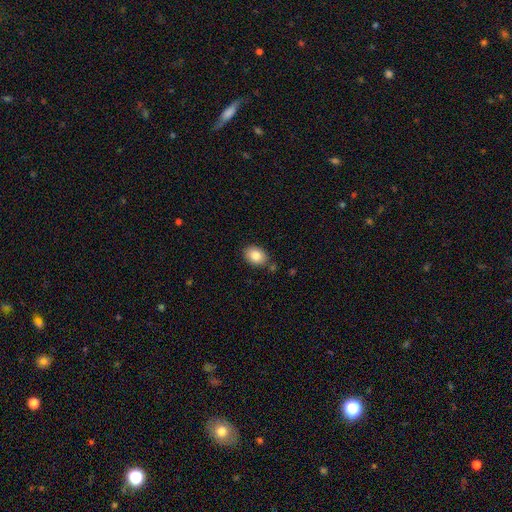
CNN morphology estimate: This is clearly a smooth galaxy (84%). How rounded: likely in between (74%). Merging: clearly none (81%).